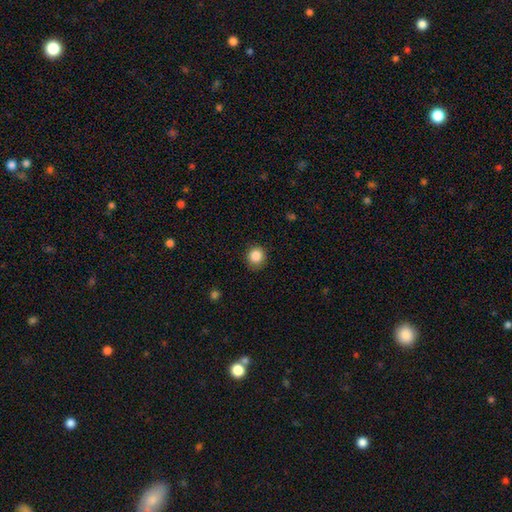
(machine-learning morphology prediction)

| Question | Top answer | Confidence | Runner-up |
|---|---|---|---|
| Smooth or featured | smooth | 86% | star or artifact (10%) |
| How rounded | round | 89% | in between (10%) |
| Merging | none | 87% | minor disturbance (9%) |